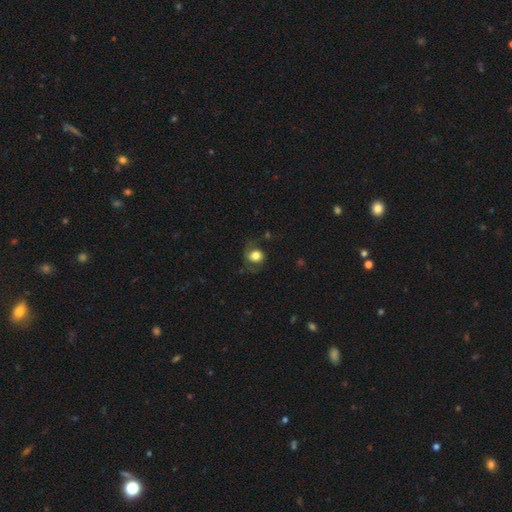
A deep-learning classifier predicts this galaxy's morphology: Overall: smooth (71%). How rounded: round (64%; in between 35%). Merging: none (57%; minor disturbance 24%).